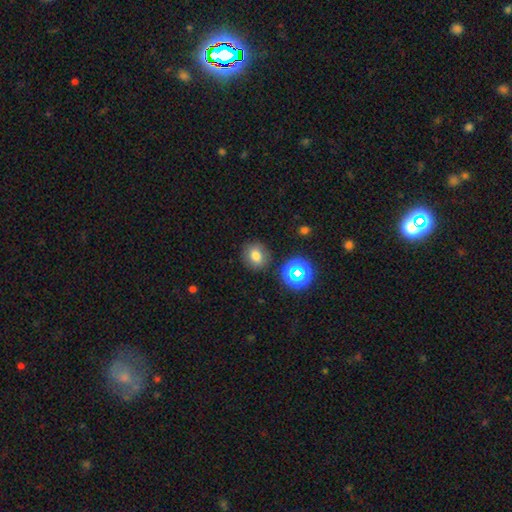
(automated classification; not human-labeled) Smooth or featured?
  - smooth: 74% *
  - star or artifact: 16%
  - featured or disk: 10%
How rounded?
  - round: 77% *
  - in between: 22%
  - cigar-shaped: 1%
Merging?
  - none: 84% *
  - minor disturbance: 10%
  - major disturbance: 3%
  - merger: 3%